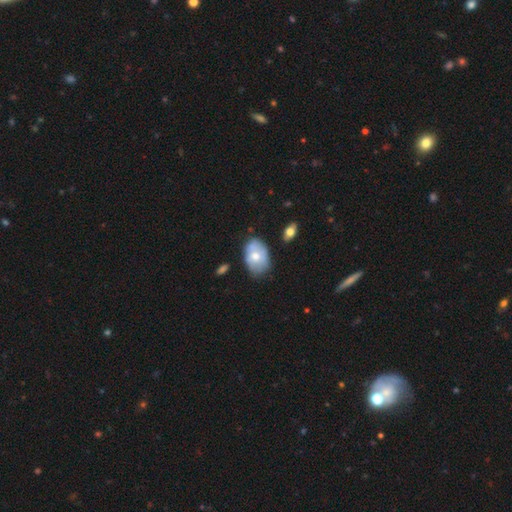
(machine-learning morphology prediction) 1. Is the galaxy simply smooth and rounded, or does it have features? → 61% smooth, 33% featured or disk, 7% star or artifact.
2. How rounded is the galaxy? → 83% in between, 16% round, 1% cigar-shaped.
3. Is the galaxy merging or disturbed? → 63% none, 26% minor disturbance, 6% merger, 6% major disturbance.